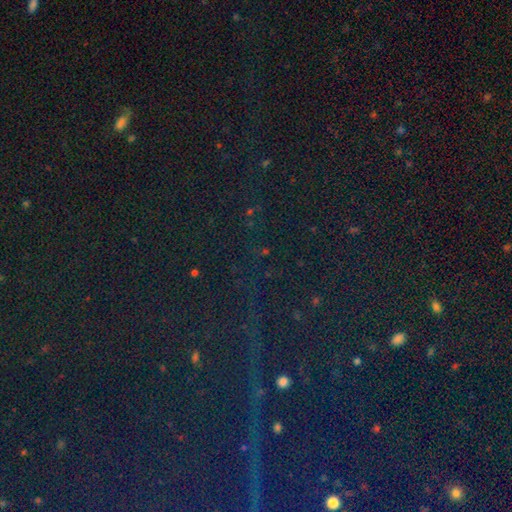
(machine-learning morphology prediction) The model was most divided on "smooth or featured": star or artifact: 85%, smooth: 9%, featured or disk: 7%.